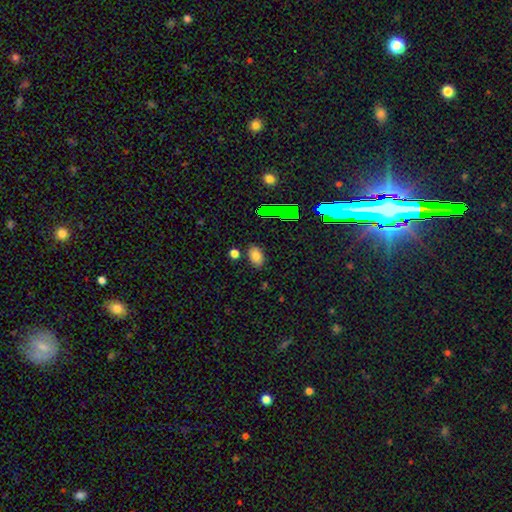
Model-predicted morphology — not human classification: Overall: smooth (78%). How rounded: in between (87%). Merging: none (82%).